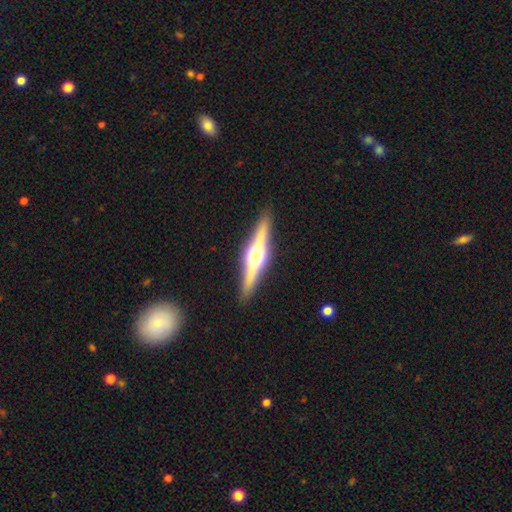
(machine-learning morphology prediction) Overall: featured or disk (72%). Edge-on disk: yes (97%). Edge-on bulge: rounded (93%). Merging: none (90%).